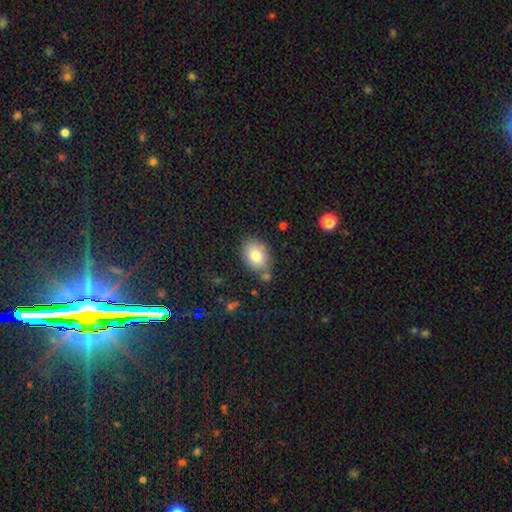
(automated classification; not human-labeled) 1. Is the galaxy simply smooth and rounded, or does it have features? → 80% smooth, 12% featured or disk, 9% star or artifact.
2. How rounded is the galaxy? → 74% in between, 25% round, 1% cigar-shaped.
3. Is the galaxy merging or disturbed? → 72% none, 16% minor disturbance, 9% merger, 4% major disturbance.